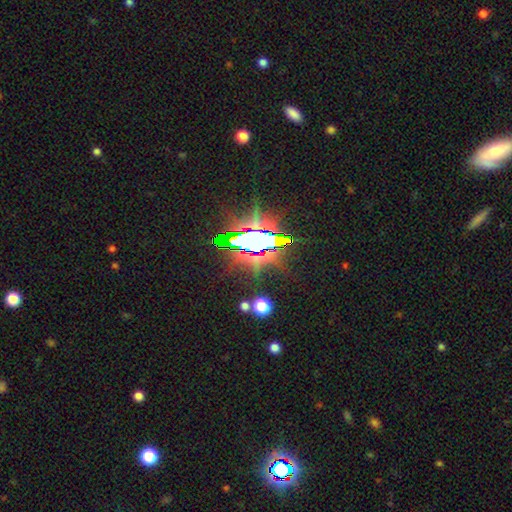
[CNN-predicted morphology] smooth_or_featured: star or artifact (p=0.82) [alt: featured or disk p=0.09]